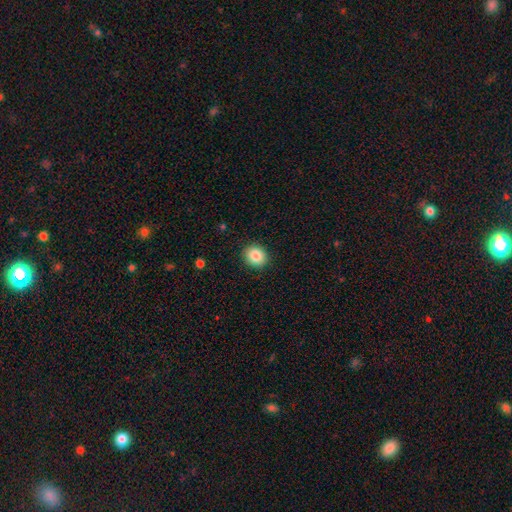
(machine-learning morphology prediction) A smooth galaxy with no disk features (86%) that is round (68%). Merging: none (90%).